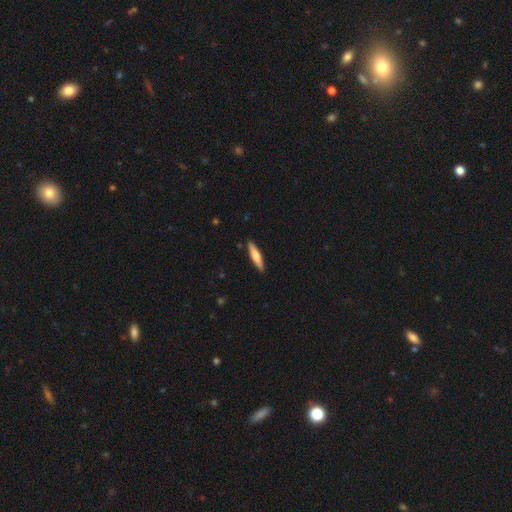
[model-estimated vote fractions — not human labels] Q: Smooth or featured?
A: smooth (63%); runner-up: featured or disk (32%)
Q: How rounded?
A: cigar-shaped (82%); runner-up: in between (16%)
Q: Merging?
A: none (90%); runner-up: minor disturbance (8%)